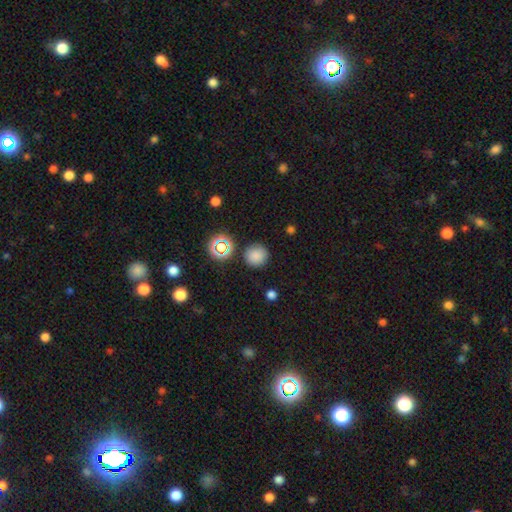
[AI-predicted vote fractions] smooth_or_featured: smooth (p=0.79) [alt: star or artifact p=0.16]
how_rounded: round (p=0.94) [alt: in between p=0.05]
merging: none (p=0.86) [alt: minor disturbance p=0.09]